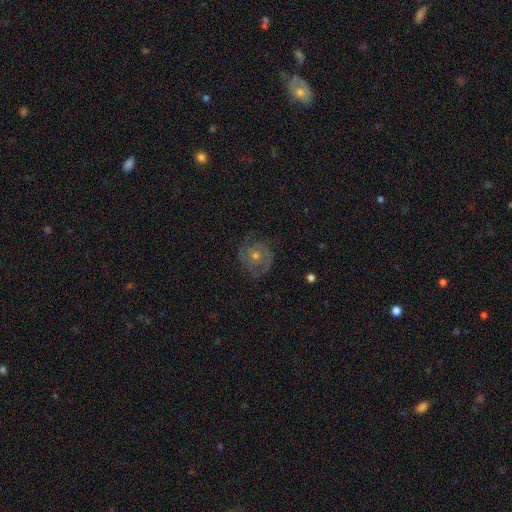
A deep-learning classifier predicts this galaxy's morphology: featured or disk 76%, smooth 14%, star or artifact 10%. Down the decision tree: edge-on disk — no (97%); bar — no (80%); spiral arms — yes (91%); spiral arm count — 2 (45%); spiral winding — tight (62%); bulge size — moderate (57%); merging — none (78%).